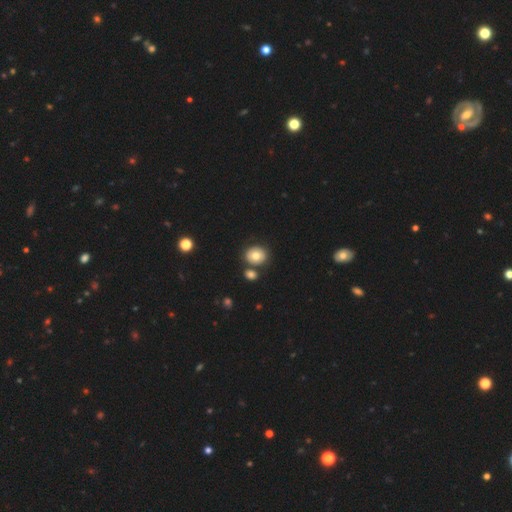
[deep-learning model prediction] smooth_or_featured: smooth (p=0.74) [alt: featured or disk p=0.16]
how_rounded: round (p=0.74) [alt: in between p=0.25]
merging: none (p=0.73) [alt: merger p=0.14]